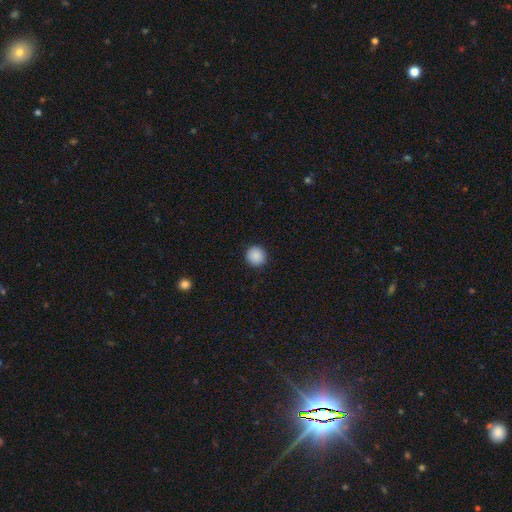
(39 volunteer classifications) Volunteers were most divided on "how rounded": round: 95%, in between: 5%, cigar-shaped: 0%. More confident: smooth or featured — smooth (100%); merging — none (92%).